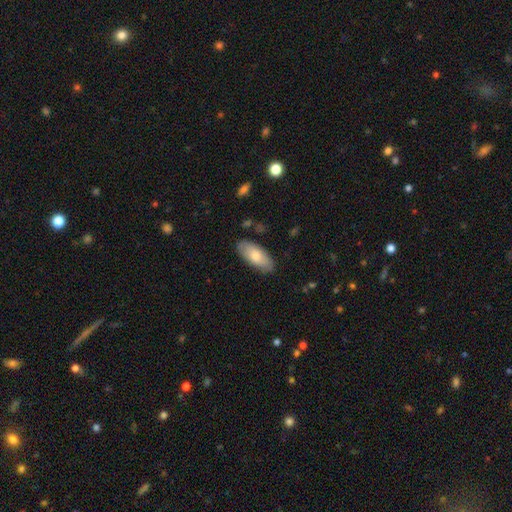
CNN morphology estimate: type=smooth (76%); roundness=in between (87%); merging=none (84%).